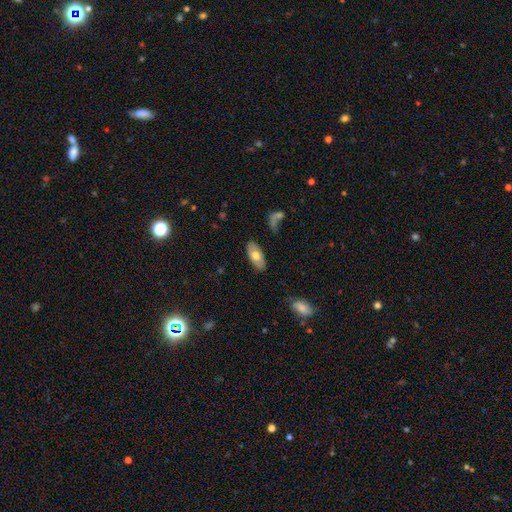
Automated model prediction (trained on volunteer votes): smooth_or_featured: smooth (p=0.63) [alt: featured or disk p=0.32]
how_rounded: in between (p=0.92) [alt: cigar-shaped p=0.06]
merging: none (p=0.82) [alt: minor disturbance p=0.12]